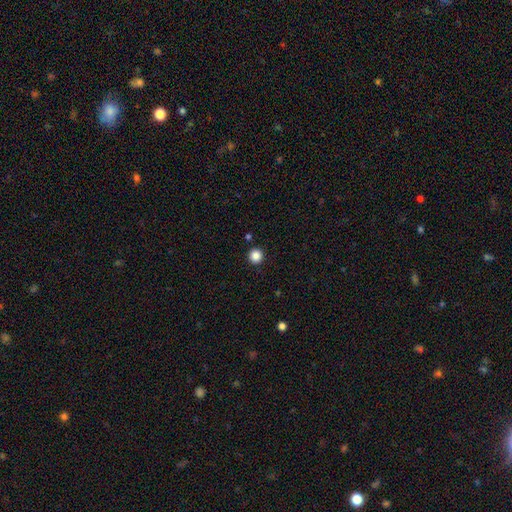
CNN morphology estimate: type=smooth (85%); roundness=round (96%); merging=none (92%).